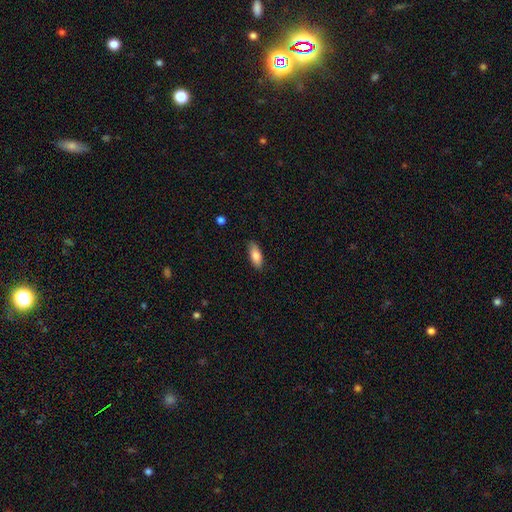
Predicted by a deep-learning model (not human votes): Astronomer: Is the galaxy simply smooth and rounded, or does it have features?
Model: smooth — 81%.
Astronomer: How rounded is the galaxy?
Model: in between — 81%.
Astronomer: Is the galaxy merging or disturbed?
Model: none — 85%.